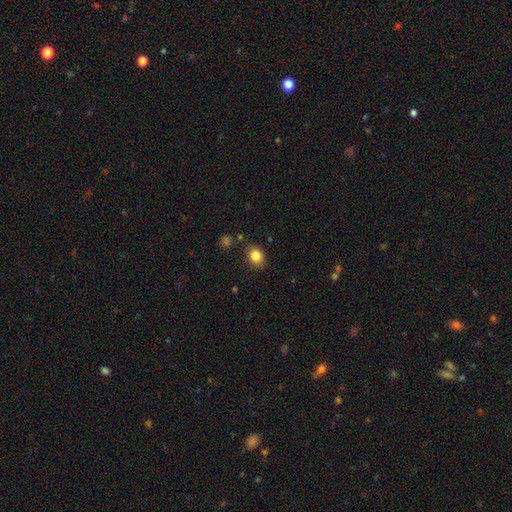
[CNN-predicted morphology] Q: Smooth or featured?
A: smooth (84%); runner-up: star or artifact (10%)
Q: How rounded?
A: round (52%); runner-up: in between (47%)
Q: Merging?
A: none (84%); runner-up: minor disturbance (11%)